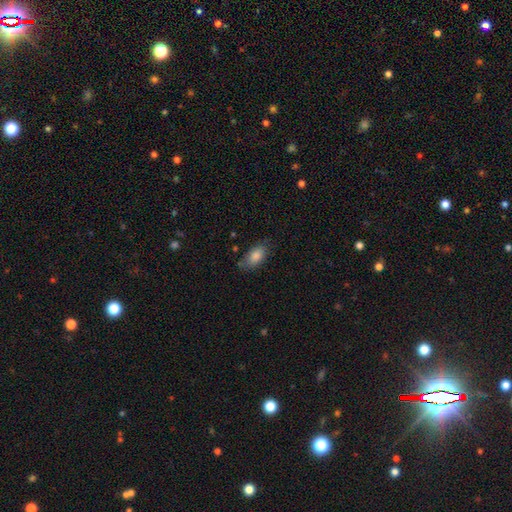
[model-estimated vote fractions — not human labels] Morphology: type=smooth (82%); roundness=in between (90%); merging=none (74%).